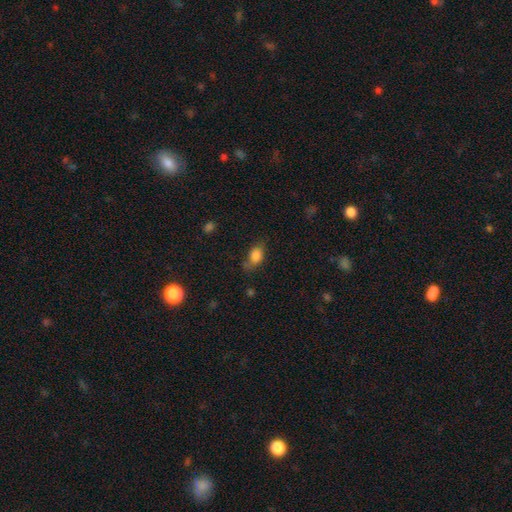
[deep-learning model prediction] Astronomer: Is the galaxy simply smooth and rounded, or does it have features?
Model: smooth — 83%.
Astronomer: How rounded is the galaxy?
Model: in between — 82%.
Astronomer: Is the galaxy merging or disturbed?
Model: none — 63%.